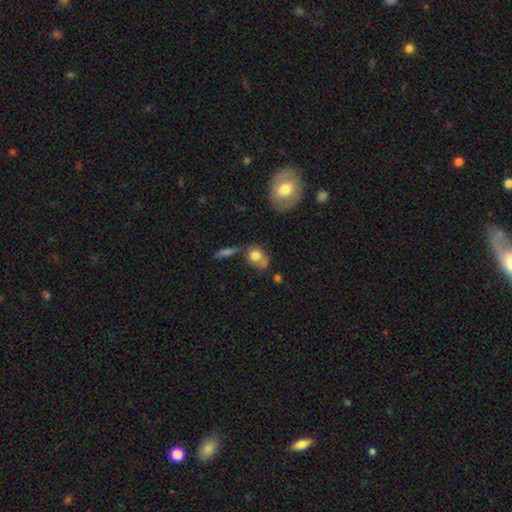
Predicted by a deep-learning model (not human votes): This is likely a smooth galaxy (73%). How rounded: possibly round (54%). Merging: marginally none (39%).